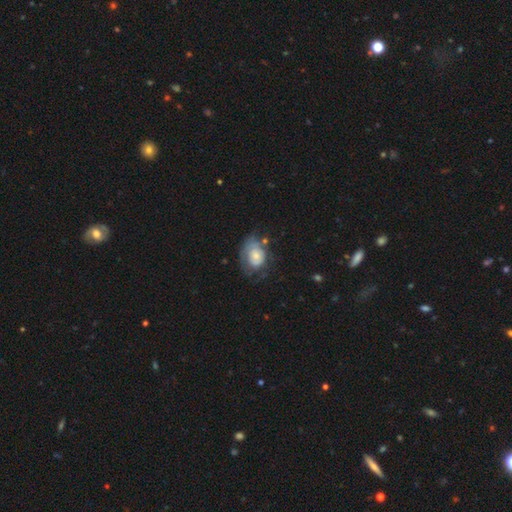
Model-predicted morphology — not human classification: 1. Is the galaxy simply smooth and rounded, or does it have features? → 49% featured or disk, 44% smooth, 7% star or artifact.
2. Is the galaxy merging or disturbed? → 44% none, 29% minor disturbance, 23% major disturbance, 5% merger.